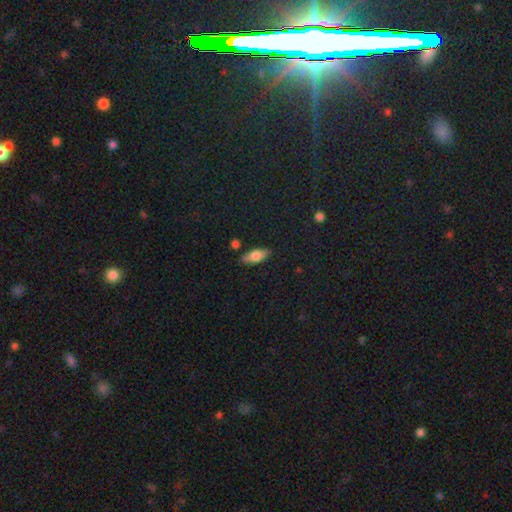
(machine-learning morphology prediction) Smooth or featured? Predicted: smooth (p=0.60). How rounded? Predicted: in between (p=0.72). Merging? Predicted: none (p=0.82).